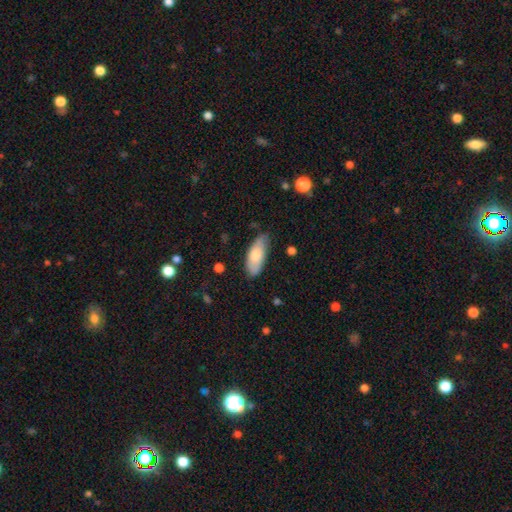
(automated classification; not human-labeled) Q: Smooth or featured?
A: smooth (79%); runner-up: featured or disk (15%)
Q: How rounded?
A: in between (81%); runner-up: cigar-shaped (17%)
Q: Merging?
A: none (69%); runner-up: minor disturbance (25%)